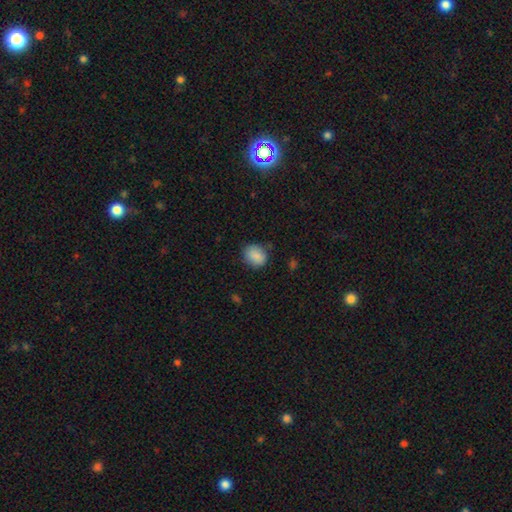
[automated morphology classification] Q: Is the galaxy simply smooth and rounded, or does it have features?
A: smooth — 87%.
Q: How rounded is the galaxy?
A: round — 52%.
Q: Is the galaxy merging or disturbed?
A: none — 77%.